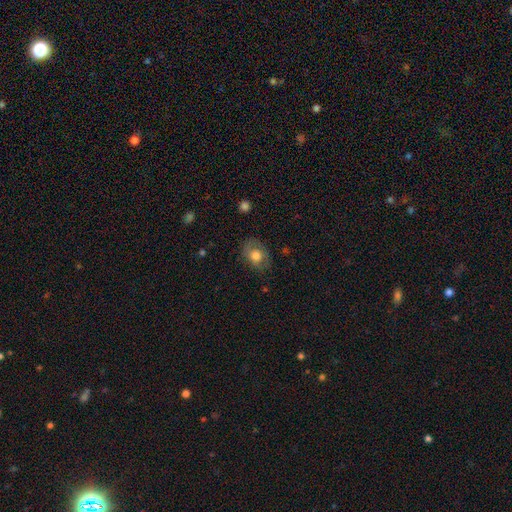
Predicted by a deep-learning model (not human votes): This is likely a smooth galaxy (63%). How rounded: likely in between (67%). Merging: likely none (70%).